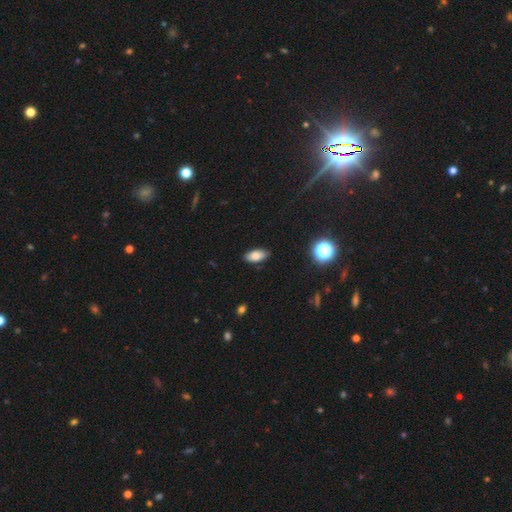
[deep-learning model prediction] Smooth or featured? smooth (83%)
How rounded? in between (90%)
Merging? none (87%)